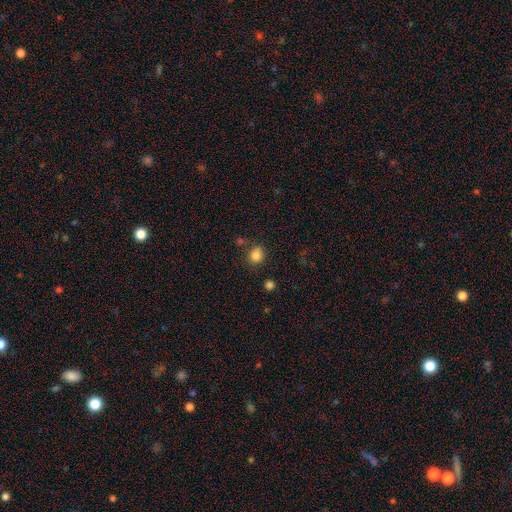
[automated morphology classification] This appears to be a smooth galaxy with no disk features (83%) that is round (75%). Merging: none (75%).